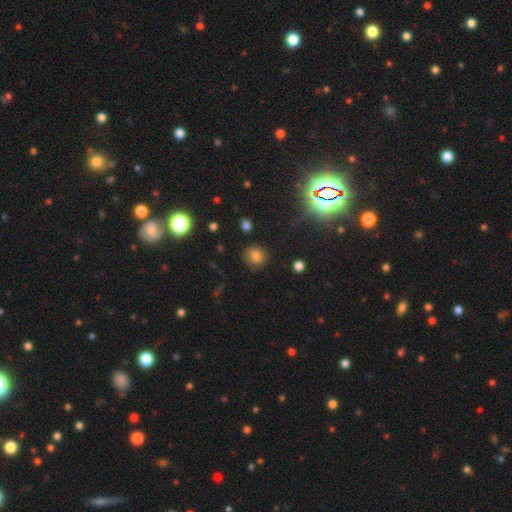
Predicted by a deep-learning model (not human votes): Morphology: type=smooth (77%); roundness=round (84%); merging=none (85%).